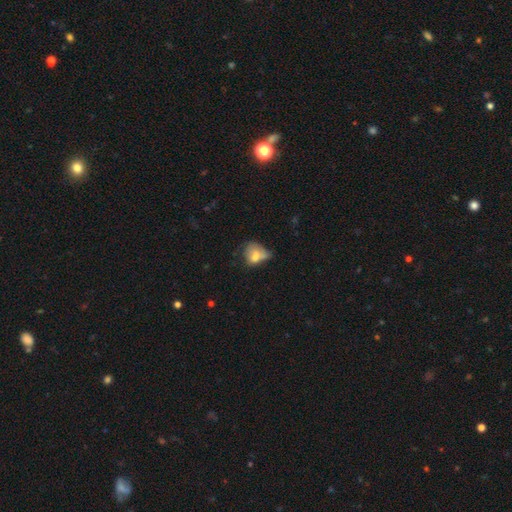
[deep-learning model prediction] Morphology: type=smooth (65%); roundness=in between (59%); merging=merger (29%).